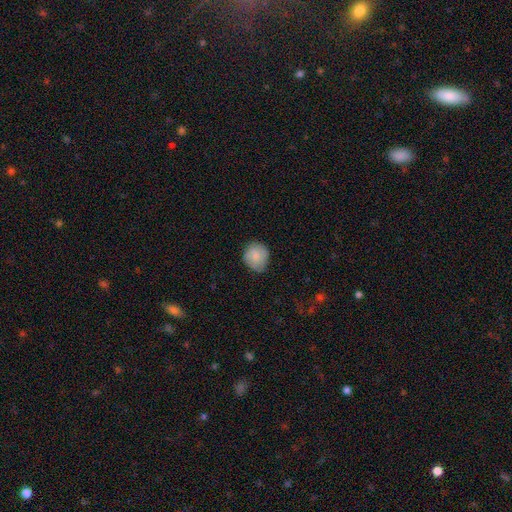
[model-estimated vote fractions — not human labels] This appears to be a smooth galaxy with no disk features (80%) that is round (80%). Merging: none (74%).